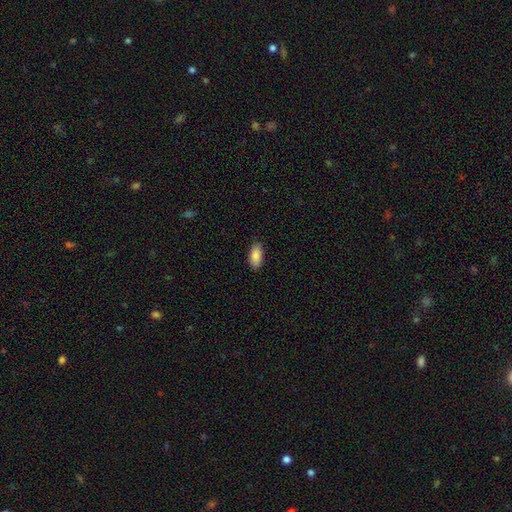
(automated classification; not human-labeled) Smooth or featured?
  - smooth: 89% *
  - star or artifact: 6%
  - featured or disk: 4%
How rounded?
  - in between: 90% *
  - cigar-shaped: 8%
  - round: 2%
Merging?
  - none: 87% *
  - minor disturbance: 10%
  - major disturbance: 2%
  - merger: 1%